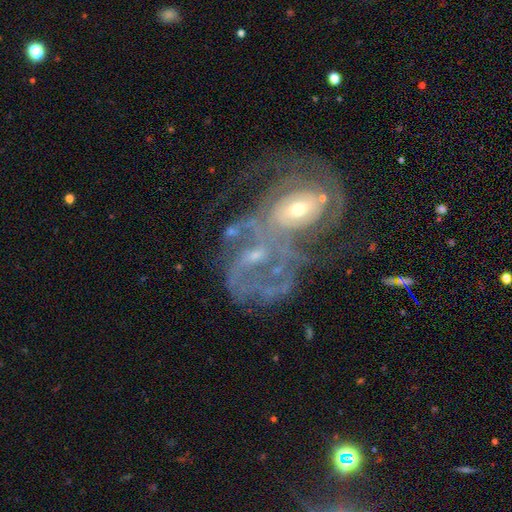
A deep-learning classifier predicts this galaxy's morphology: This is clearly a featured or disk galaxy (81%). It is clearly not viewed edge-on (97%). Bar: possibly no (57%). Spiral arm pattern: clearly yes (80%). Spiral arm count: marginally can't tell (41%). Spiral winding: marginally tight (43%). Central bulge: possibly small (56%). Merging: likely merger (64%).